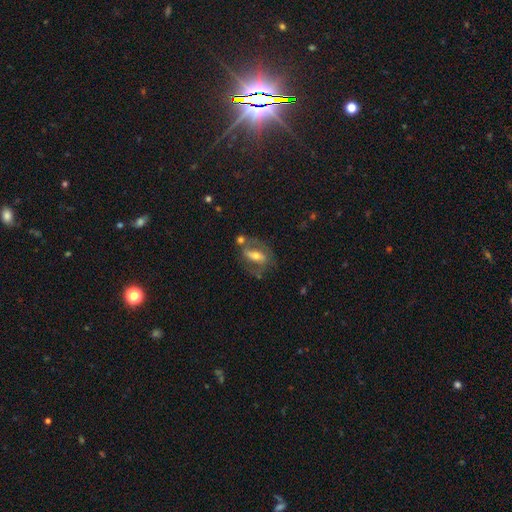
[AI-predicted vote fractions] Morphology: type=featured or disk (57%); edge-on=no (84%); merging=none (49%).